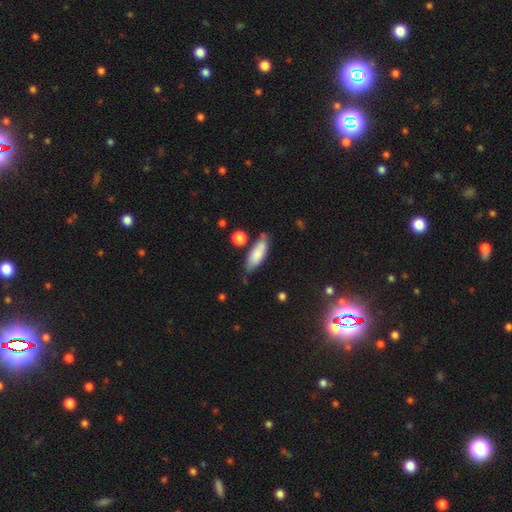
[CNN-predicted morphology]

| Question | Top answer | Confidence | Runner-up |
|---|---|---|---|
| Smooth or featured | smooth | 79% | featured or disk (15%) |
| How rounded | in between | 63% | cigar-shaped (35%) |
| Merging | none | 70% | minor disturbance (19%) |